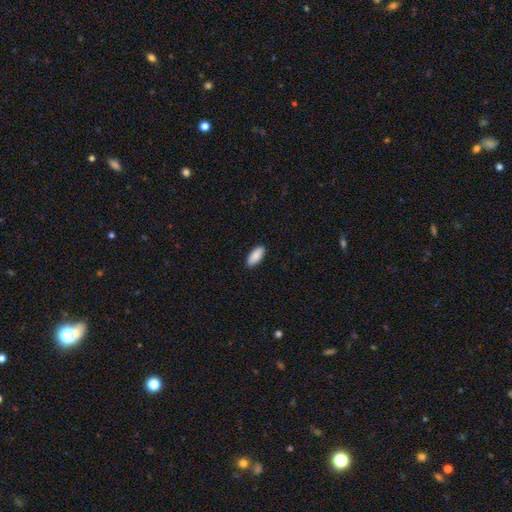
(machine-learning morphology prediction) Q: Smooth or featured?
A: smooth (90%); runner-up: star or artifact (6%)
Q: How rounded?
A: in between (88%); runner-up: cigar-shaped (10%)
Q: Merging?
A: none (90%); runner-up: minor disturbance (7%)